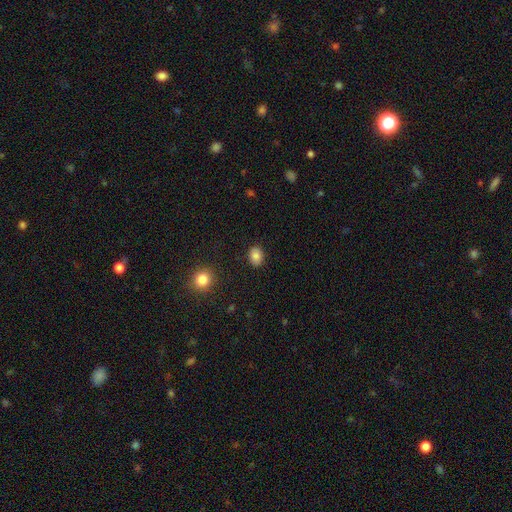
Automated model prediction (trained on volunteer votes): Overall: smooth (85%). How rounded: in between (65%; round 34%). Merging: none (88%).